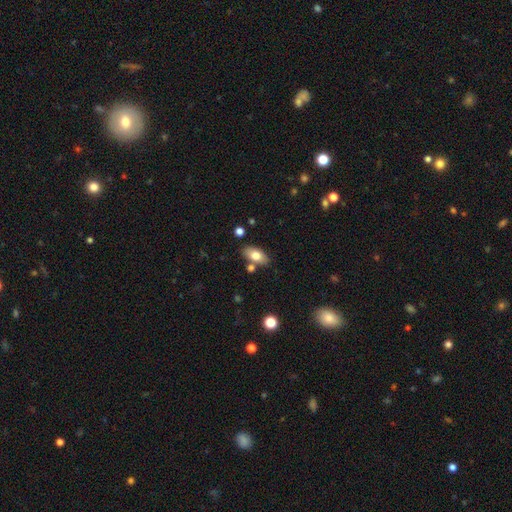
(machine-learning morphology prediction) This is likely a smooth galaxy (76%). How rounded: clearly in between (91%). Merging: likely none (77%).